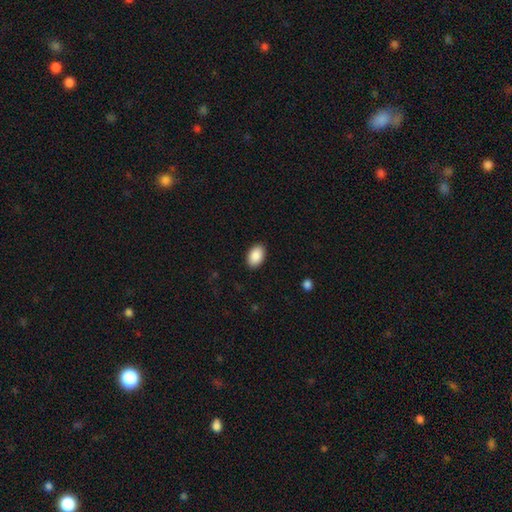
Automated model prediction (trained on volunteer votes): Smooth or featured: smooth — 89% (star or artifact — 7%)
How rounded: in between — 90% (round — 9%)
Merging: none — 89% (minor disturbance — 8%)